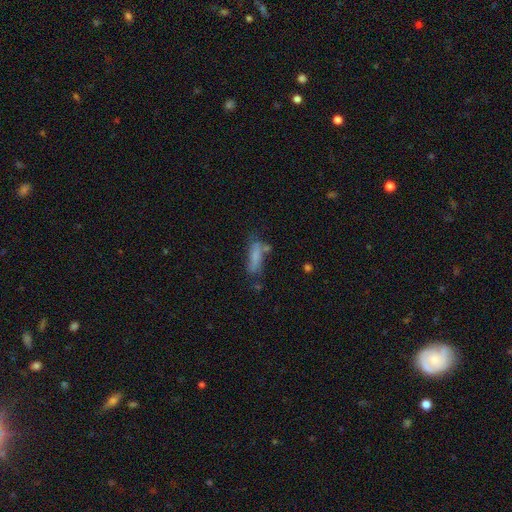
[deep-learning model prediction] The model was most divided on "how rounded": cigar-shaped: 52%, in between: 45%, round: 3%. Remaining: smooth or featured — smooth (66%); merging — none (46%).